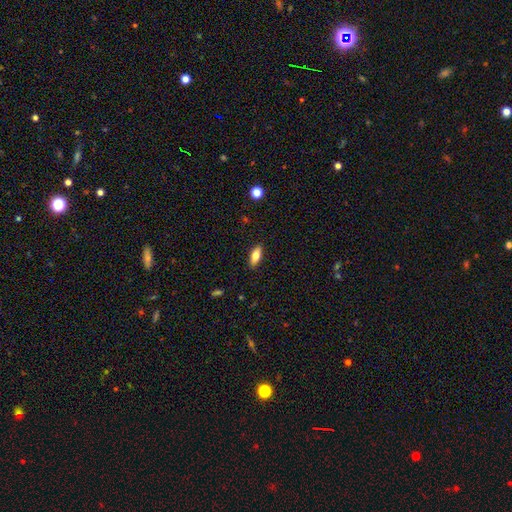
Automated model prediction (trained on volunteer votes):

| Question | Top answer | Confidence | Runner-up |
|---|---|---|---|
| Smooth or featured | smooth | 71% | featured or disk (22%) |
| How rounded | in between | 74% | cigar-shaped (23%) |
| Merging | none | 89% | minor disturbance (8%) |